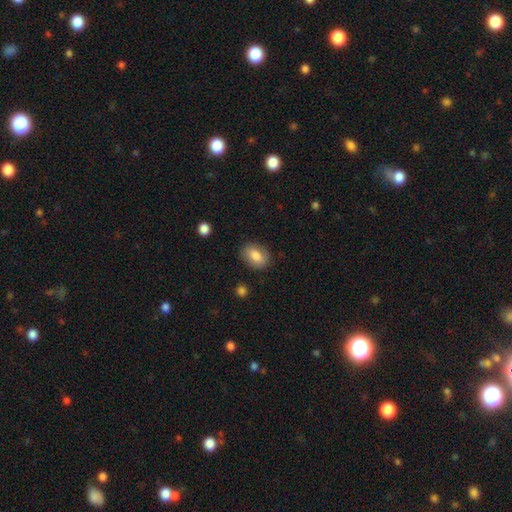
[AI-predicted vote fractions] Q: Smooth or featured?
A: smooth (81%); runner-up: featured or disk (11%)
Q: How rounded?
A: in between (81%); runner-up: round (18%)
Q: Merging?
A: none (83%); runner-up: minor disturbance (13%)